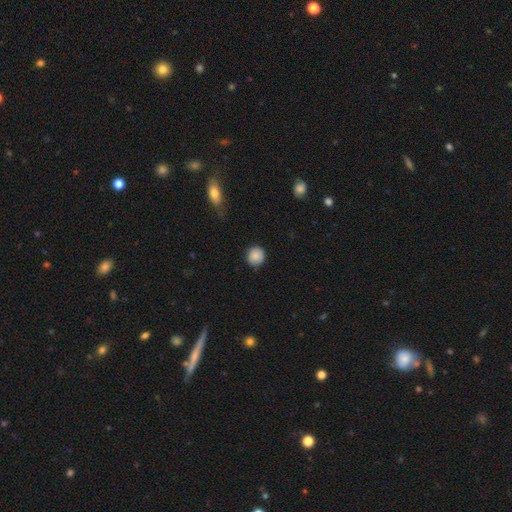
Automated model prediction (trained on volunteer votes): smooth 86%, star or artifact 8%, featured or disk 5%. Down the decision tree: how rounded — round (92%); merging — none (86%).